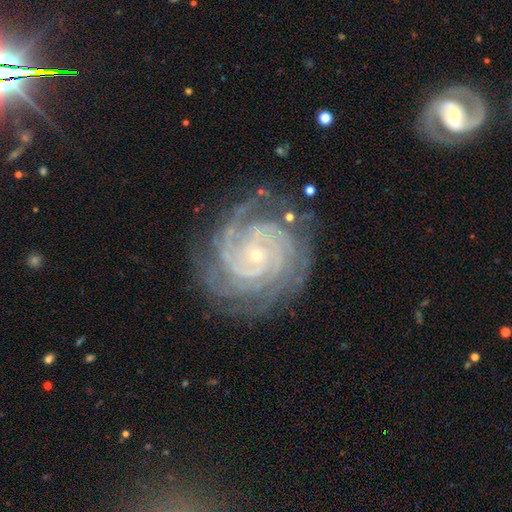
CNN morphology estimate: A featured or disk galaxy (91%) with no bar (73%), 4 (27%) tight (83%) spiral arms (99%) and a small central bulge (87%). Merging: none (79%).